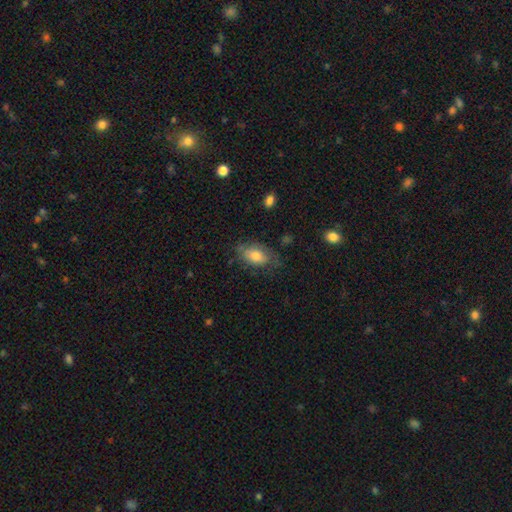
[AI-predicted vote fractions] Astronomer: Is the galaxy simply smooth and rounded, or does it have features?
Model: smooth — 71%.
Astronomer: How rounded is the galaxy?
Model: in between — 90%.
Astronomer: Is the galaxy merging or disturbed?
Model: none — 61%.